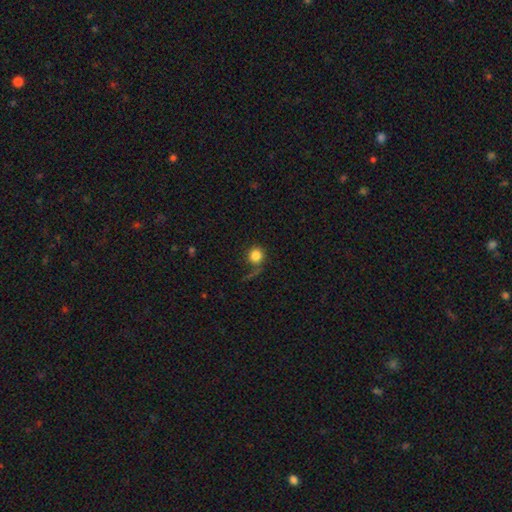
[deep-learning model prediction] smooth 82%, featured or disk 9%, star or artifact 9%. Down the decision tree: how rounded — round (89%); merging — none (55%).